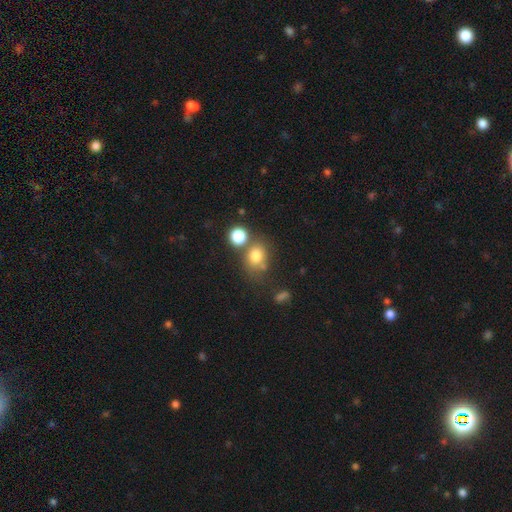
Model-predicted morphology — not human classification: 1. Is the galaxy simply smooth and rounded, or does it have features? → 76% smooth, 14% star or artifact, 10% featured or disk.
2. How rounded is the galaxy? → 63% round, 36% in between, 1% cigar-shaped.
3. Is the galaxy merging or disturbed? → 56% none, 25% merger, 14% minor disturbance, 6% major disturbance.